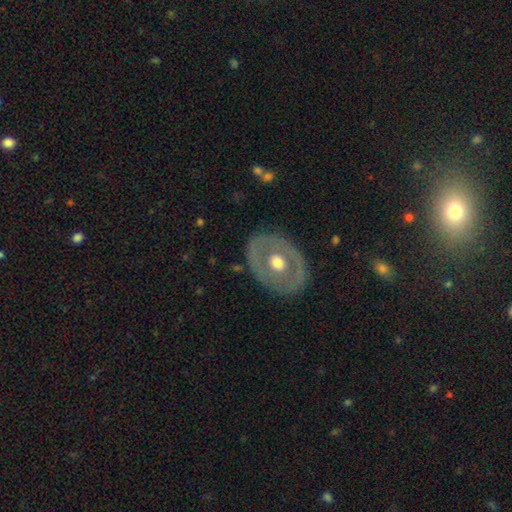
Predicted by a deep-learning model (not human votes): Smooth or featured? Predicted: featured or disk (p=0.60). Edge-on disk? Predicted: no (p=0.92). Bar? Predicted: no (p=0.86). Spiral arms? Predicted: no (p=0.86). Bulge size? Predicted: moderate (p=0.76). Merging? Predicted: none (p=0.84).